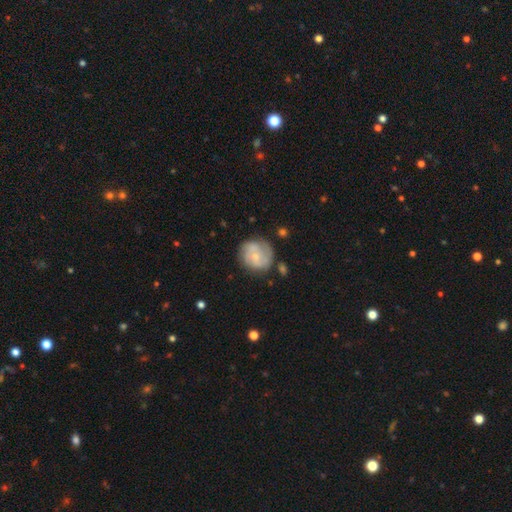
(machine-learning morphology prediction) This is possibly a featured or disk galaxy (55%). It is clearly not viewed edge-on (98%). Bar: likely no (70%). Spiral arm pattern: likely yes (78%). Central bulge: likely small (71%). Merging: likely none (70%).